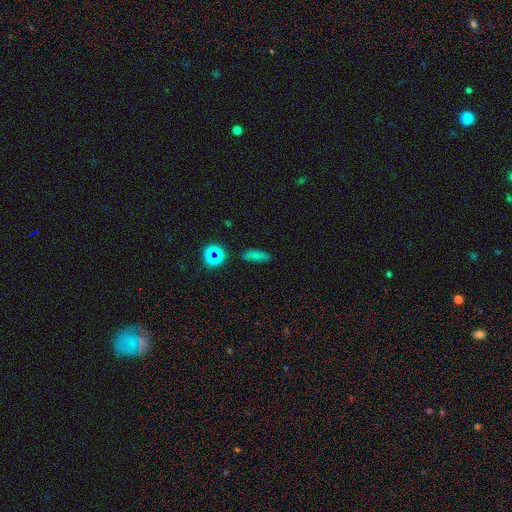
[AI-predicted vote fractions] Overall: smooth (70%). How rounded: in between (60%; cigar-shaped 33%). Merging: none (79%).